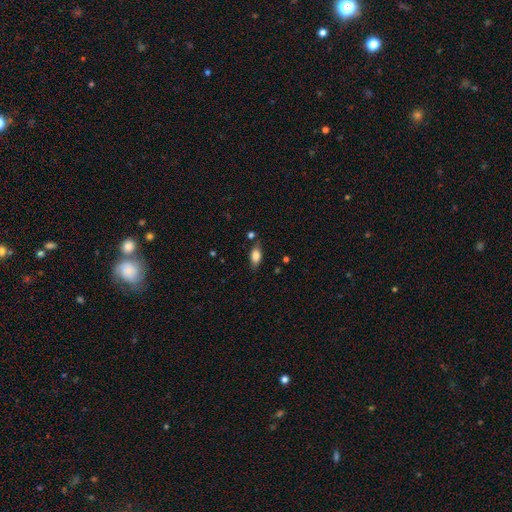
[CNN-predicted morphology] The model was most divided on "merging": none: 75%, minor disturbance: 17%, merger: 4%, major disturbance: 4%. More confident: how rounded — in between (87%); smooth or featured — smooth (81%).